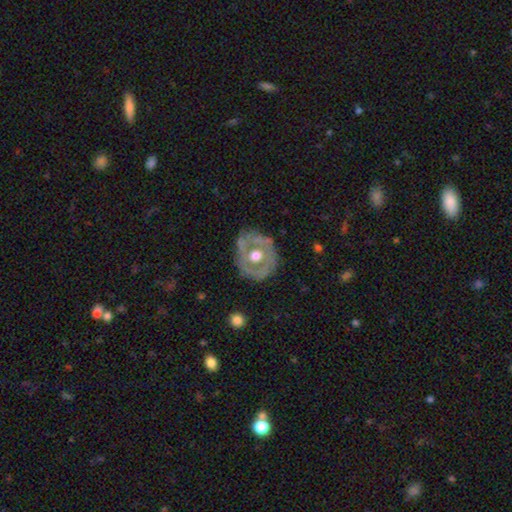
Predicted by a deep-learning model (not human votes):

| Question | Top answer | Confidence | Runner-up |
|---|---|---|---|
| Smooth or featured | featured or disk | 65% | smooth (29%) |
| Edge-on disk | no | 95% | yes (5%) |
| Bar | no | 86% | weak (11%) |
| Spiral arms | no | 73% | yes (27%) |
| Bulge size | moderate | 74% | large (18%) |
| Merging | none | 69% | minor disturbance (20%) |